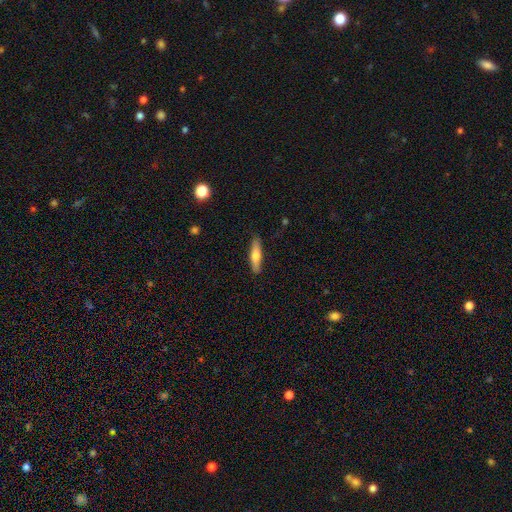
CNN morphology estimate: A smooth galaxy with no disk features (58%) that is cigar-shaped (75%). Merging: none (87%).